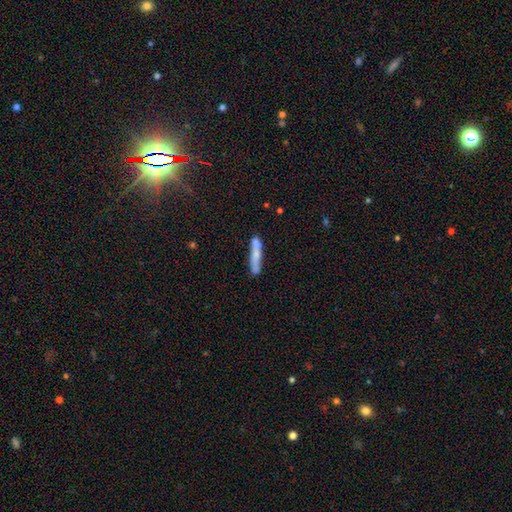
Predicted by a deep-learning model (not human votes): smooth-or-featured: smooth: 65% | featured or disk: 29% | star or artifact: 6%
  how-rounded: cigar-shaped: 90% | in between: 8% | round: 2%
  merging: none: 71% | minor disturbance: 16% | merger: 9% | major disturbance: 4%